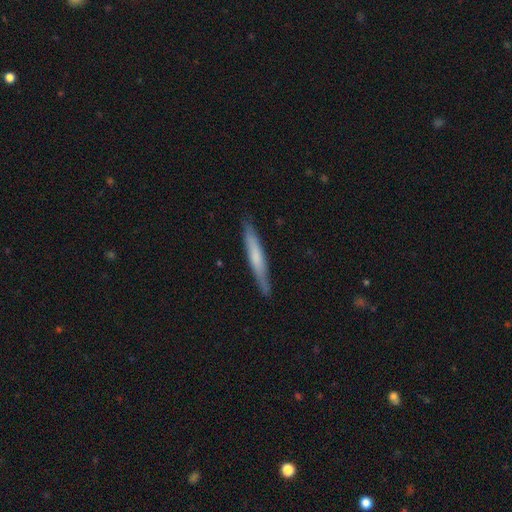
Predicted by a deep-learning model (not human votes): Smooth or featured? Predicted: smooth (p=0.54). How rounded? Predicted: cigar-shaped (p=0.95). Merging? Predicted: none (p=0.87).